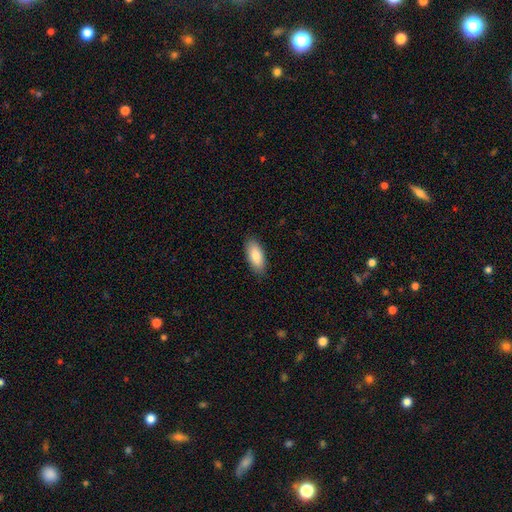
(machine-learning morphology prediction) Smooth or featured? Predicted: smooth (p=0.83). How rounded? Predicted: in between (p=0.84). Merging? Predicted: none (p=0.87).